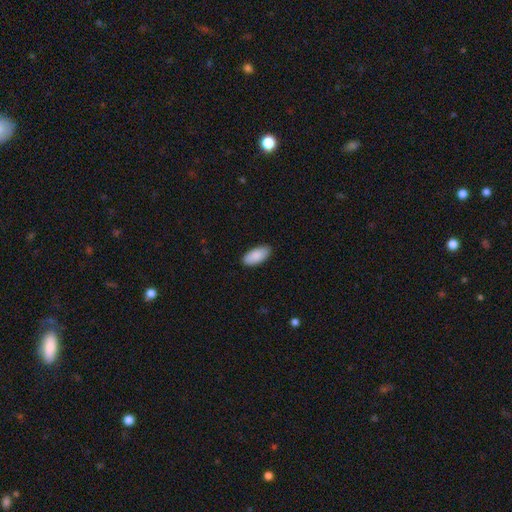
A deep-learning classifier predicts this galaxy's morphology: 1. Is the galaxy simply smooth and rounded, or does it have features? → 90% smooth, 6% star or artifact, 5% featured or disk.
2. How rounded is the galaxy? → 93% in between, 6% cigar-shaped, 2% round.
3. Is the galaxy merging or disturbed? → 87% none, 10% minor disturbance, 2% major disturbance, 1% merger.